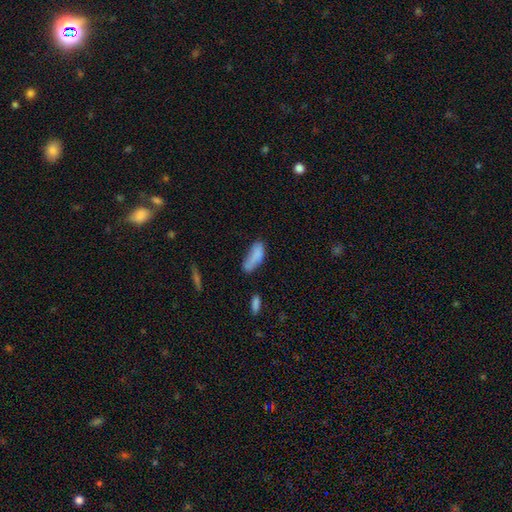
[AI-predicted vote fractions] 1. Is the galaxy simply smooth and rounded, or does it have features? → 79% smooth, 13% featured or disk, 9% star or artifact.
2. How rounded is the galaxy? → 71% in between, 26% cigar-shaped, 2% round.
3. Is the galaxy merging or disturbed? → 41% none, 31% minor disturbance, 17% major disturbance, 12% merger.